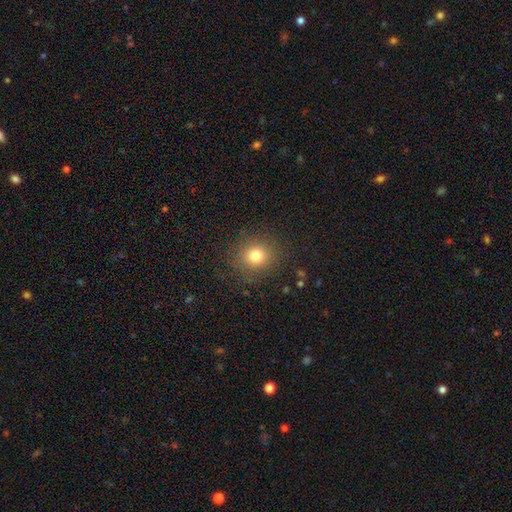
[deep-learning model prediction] The model was most divided on "smooth or featured": smooth: 77%, star or artifact: 15%, featured or disk: 8%. More confident: merging — none (87%); how rounded — round (84%).